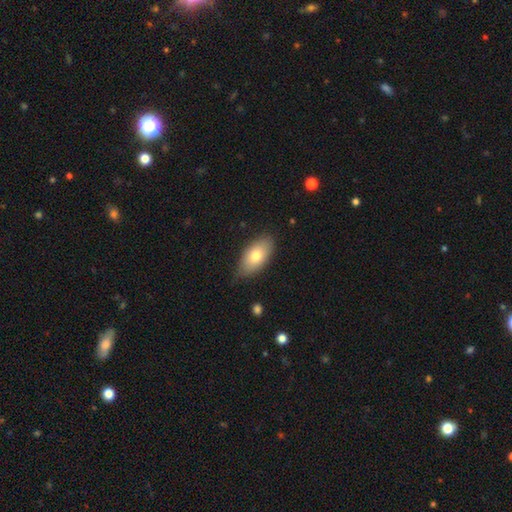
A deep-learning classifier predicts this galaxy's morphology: Smooth or featured? smooth (75%)
How rounded? in between (92%)
Merging? none (78%)